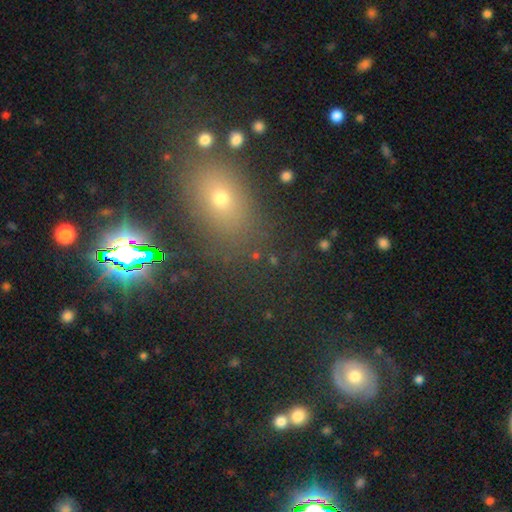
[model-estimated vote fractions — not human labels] A smooth galaxy with no disk features (46%).

Vote fractions:
- Smooth or featured? smooth: 46% / star or artifact: 42% / featured or disk: 12%
- Merging? none: 77% / minor disturbance: 11% / major disturbance: 7% / merger: 6%